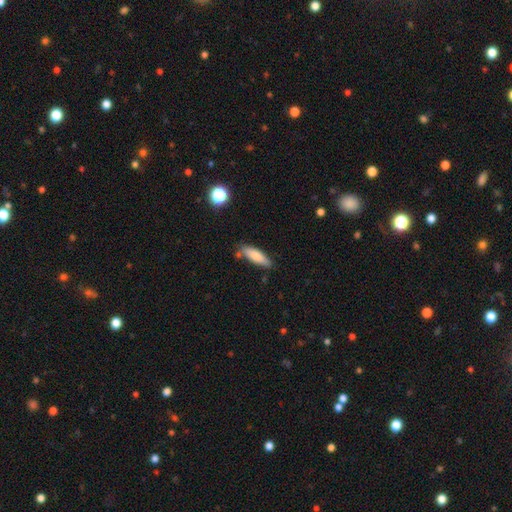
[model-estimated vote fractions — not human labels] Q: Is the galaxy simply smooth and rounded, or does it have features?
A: smooth — 78%.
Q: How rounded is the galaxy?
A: cigar-shaped — 56%.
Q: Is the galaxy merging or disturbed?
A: none — 74%.